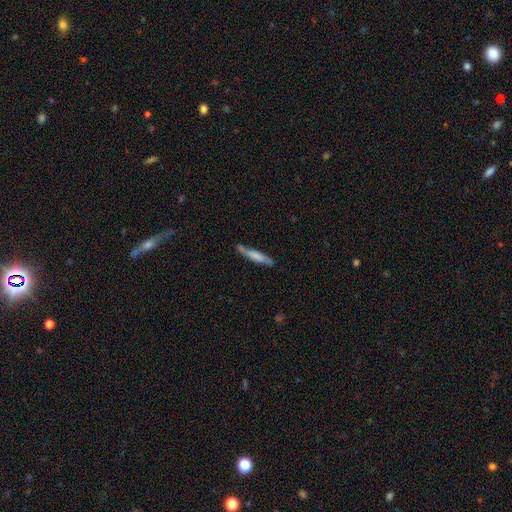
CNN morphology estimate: type=smooth (63%); roundness=cigar-shaped (90%); merging=none (76%).